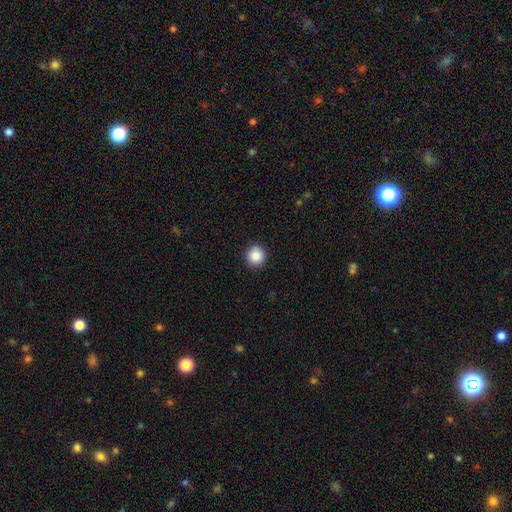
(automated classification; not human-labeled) smooth_or_featured: smooth (p=0.87) [alt: star or artifact p=0.09]
how_rounded: round (p=0.95) [alt: in between p=0.04]
merging: none (p=0.91) [alt: minor disturbance p=0.06]